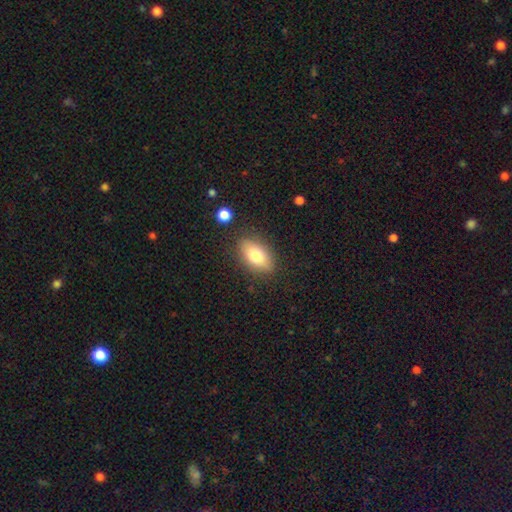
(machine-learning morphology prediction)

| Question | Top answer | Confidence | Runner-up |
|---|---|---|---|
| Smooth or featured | smooth | 77% | featured or disk (15%) |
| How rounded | in between | 89% | round (8%) |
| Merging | none | 84% | minor disturbance (11%) |